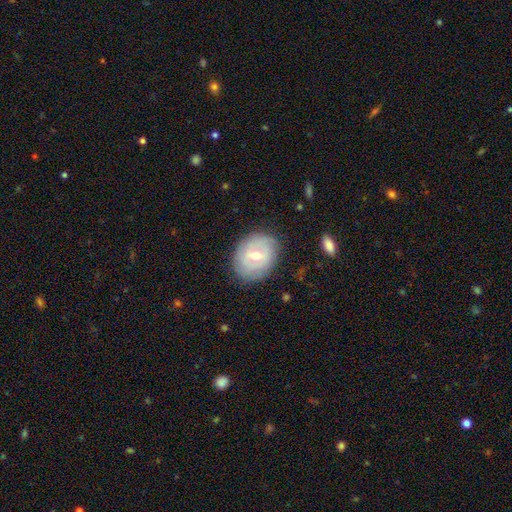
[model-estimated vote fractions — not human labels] featured or disk 63%, smooth 31%, star or artifact 7%. Down the decision tree: edge-on disk — no (95%); bar — weak (53%); spiral arms — yes (58%); bulge size — moderate (64%); merging — none (80%).